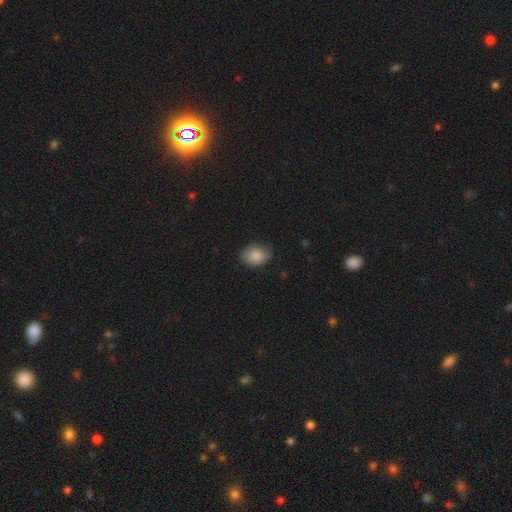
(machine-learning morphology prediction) A smooth galaxy with no disk features (87%) that is in between round and cigar-shaped (67%). Merging: none (77%).